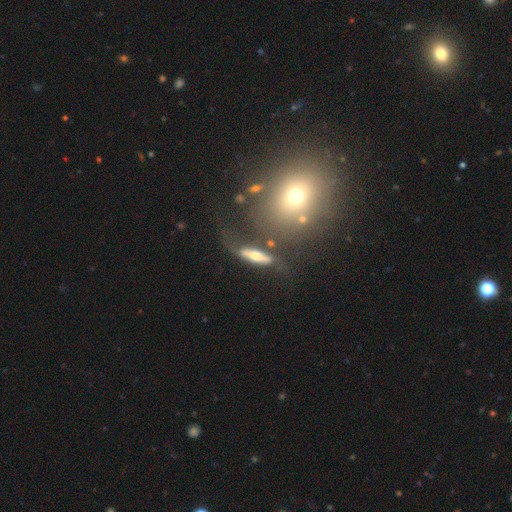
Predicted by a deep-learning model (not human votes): Smooth or featured? smooth (50%)
How rounded? cigar-shaped (63%)
Merging? none (47%)